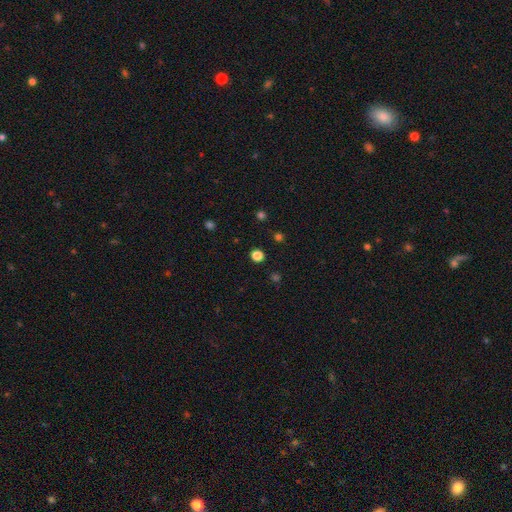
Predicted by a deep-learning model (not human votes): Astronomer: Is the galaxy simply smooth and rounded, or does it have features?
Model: smooth — 80%.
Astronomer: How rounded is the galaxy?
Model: round — 87%.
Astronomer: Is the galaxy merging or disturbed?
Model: none — 91%.